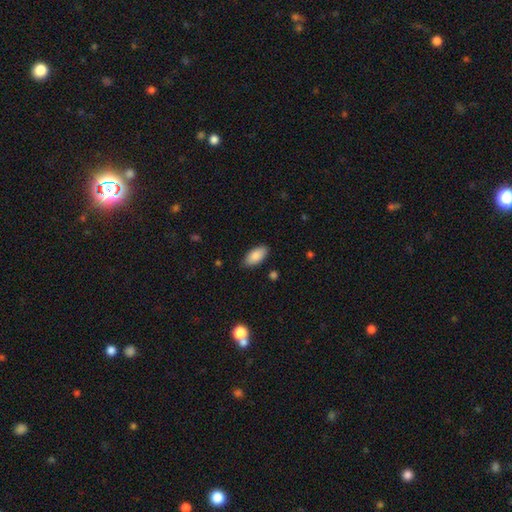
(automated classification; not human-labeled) The model was most divided on "merging": none: 86%, minor disturbance: 10%, major disturbance: 2%, merger: 1%. More confident: how rounded — in between (92%); smooth or featured — smooth (87%).